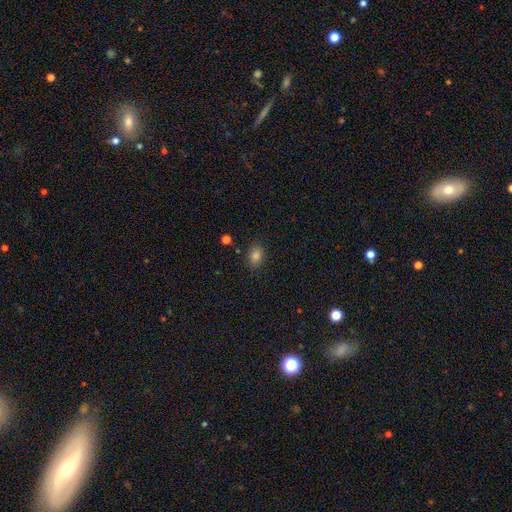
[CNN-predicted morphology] A smooth galaxy with no disk features (81%) that is in between round and cigar-shaped (67%). Merging: none (85%).